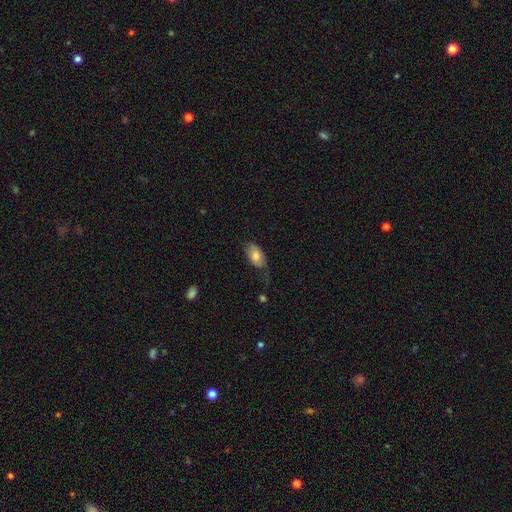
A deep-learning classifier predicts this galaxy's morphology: type=smooth (77%); roundness=in between (93%); merging=none (52%).